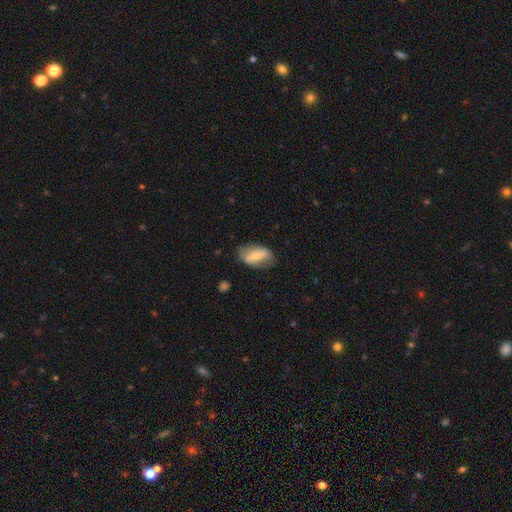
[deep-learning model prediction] Smooth or featured: smooth — 49% (featured or disk — 44%)
Merging: none — 64% (minor disturbance — 25%)